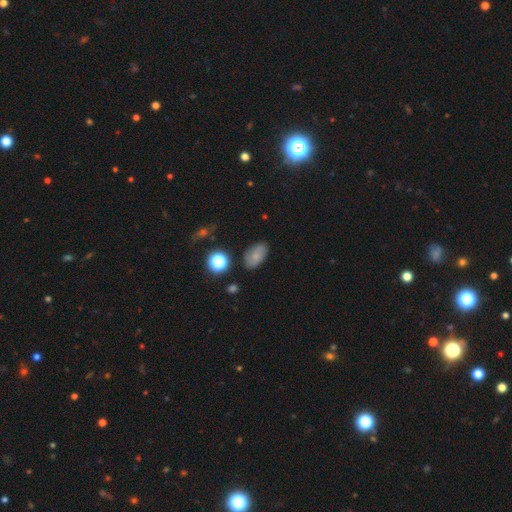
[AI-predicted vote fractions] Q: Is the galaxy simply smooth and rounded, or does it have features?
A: smooth — 66%.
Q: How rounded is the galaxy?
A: in between — 88%.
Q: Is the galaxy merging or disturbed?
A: none — 79%.